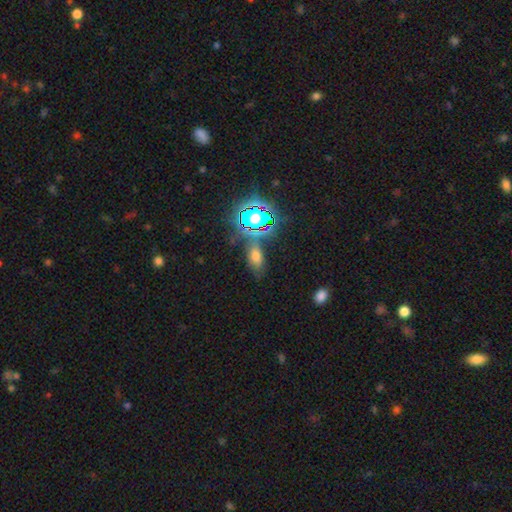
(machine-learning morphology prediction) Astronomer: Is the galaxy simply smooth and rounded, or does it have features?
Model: smooth — 56% (runner-up: star or artifact, 31%).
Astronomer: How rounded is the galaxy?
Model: in between — 82%.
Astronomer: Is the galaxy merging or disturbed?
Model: none — 68%.